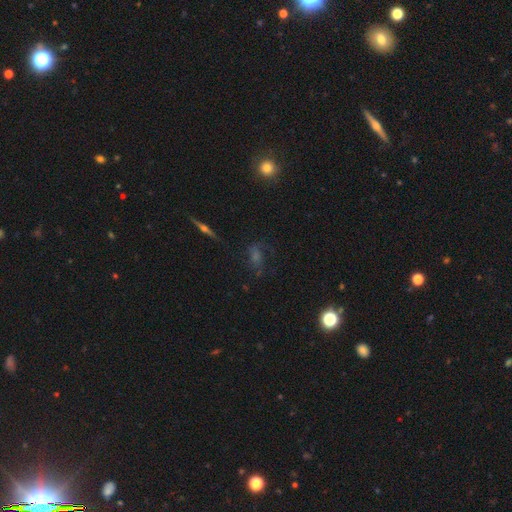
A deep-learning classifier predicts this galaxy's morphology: This appears to be a featured or disk galaxy (38%). Merging: none (65%).